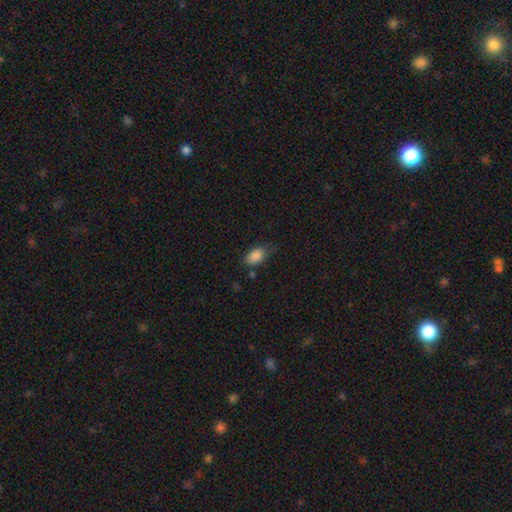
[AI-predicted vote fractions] This is clearly a smooth galaxy (86%). How rounded: clearly in between (90%). Merging: possibly none (59%).